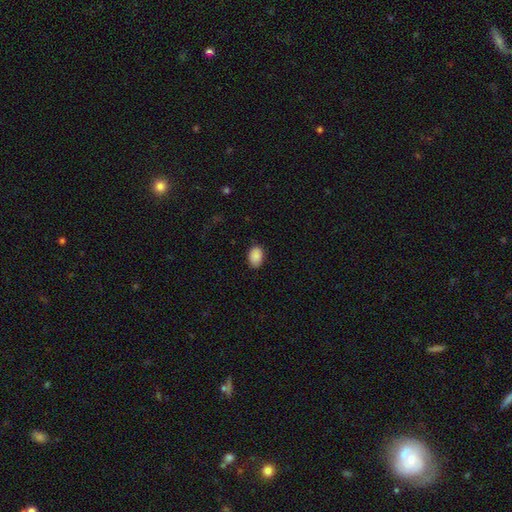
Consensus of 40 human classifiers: Smooth or featured? smooth (80%)
How rounded? in between (91%)
Merging? none (91%)